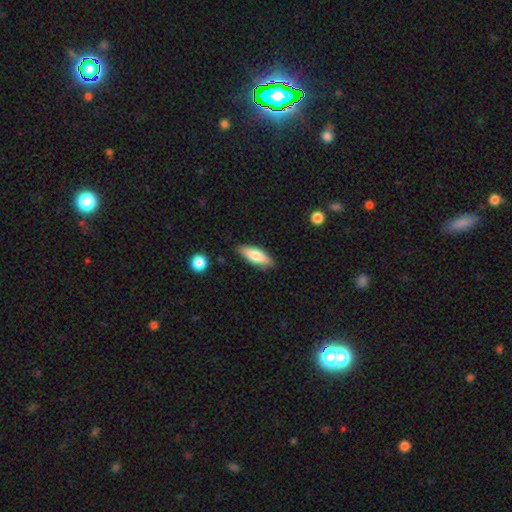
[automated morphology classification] Smooth or featured: smooth — 73% (featured or disk — 21%)
How rounded: in between — 57% (cigar-shaped — 40%)
Merging: none — 83% (minor disturbance — 12%)